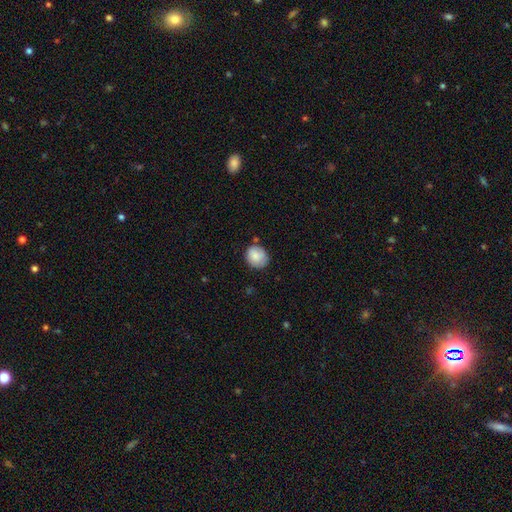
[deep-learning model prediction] A smooth galaxy with no disk features (80%) that is round (72%).

Vote fractions:
- Smooth or featured? smooth: 80% / featured or disk: 13% / star or artifact: 7%
- How rounded? round: 72% / in between: 27% / cigar-shaped: 1%
- Merging? none: 69% / minor disturbance: 23% / major disturbance: 4% / merger: 4%